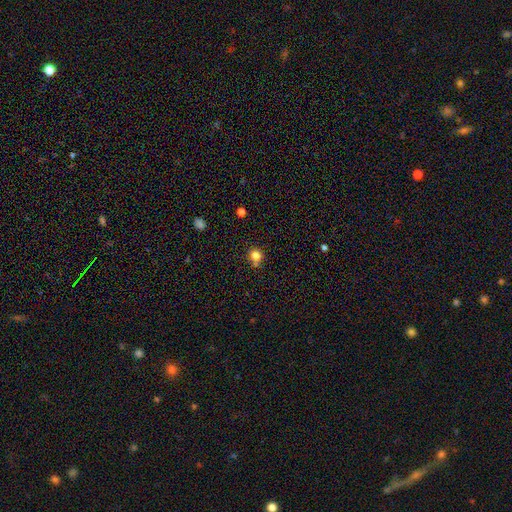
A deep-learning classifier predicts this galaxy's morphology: smooth_or_featured: smooth (p=0.80) [alt: star or artifact p=0.13]
how_rounded: round (p=0.88) [alt: in between p=0.11]
merging: none (p=0.69) [alt: minor disturbance p=0.14]